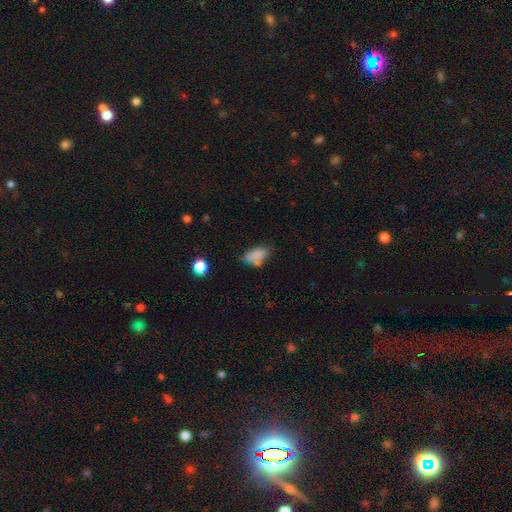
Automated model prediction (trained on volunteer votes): This is likely a smooth galaxy (73%). How rounded: clearly in between (88%). Merging: marginally none (45%).